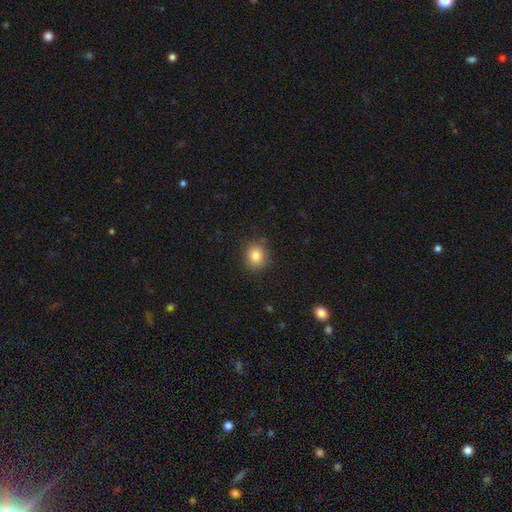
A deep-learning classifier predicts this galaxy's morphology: A smooth galaxy with no disk features (83%) that is round (78%). Merging: none (86%).